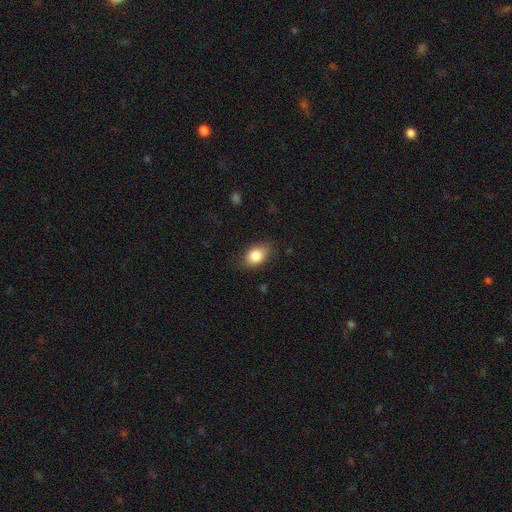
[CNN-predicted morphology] This is clearly a smooth galaxy (84%). How rounded: likely in between (80%). Merging: likely none (78%).